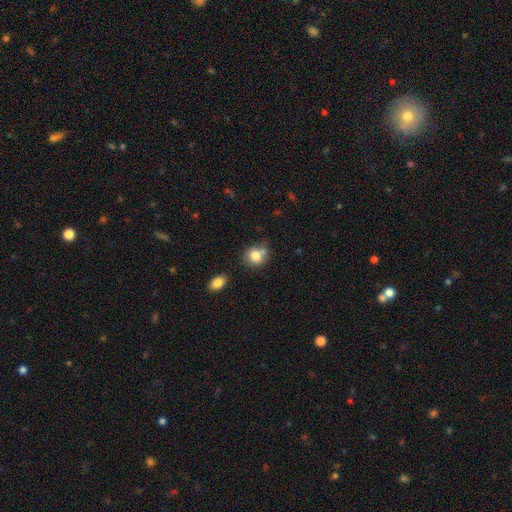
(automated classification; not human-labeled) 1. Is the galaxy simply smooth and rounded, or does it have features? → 80% smooth, 10% featured or disk, 10% star or artifact.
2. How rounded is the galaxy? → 73% round, 26% in between, 1% cigar-shaped.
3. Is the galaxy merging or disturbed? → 55% none, 22% merger, 18% minor disturbance, 5% major disturbance.